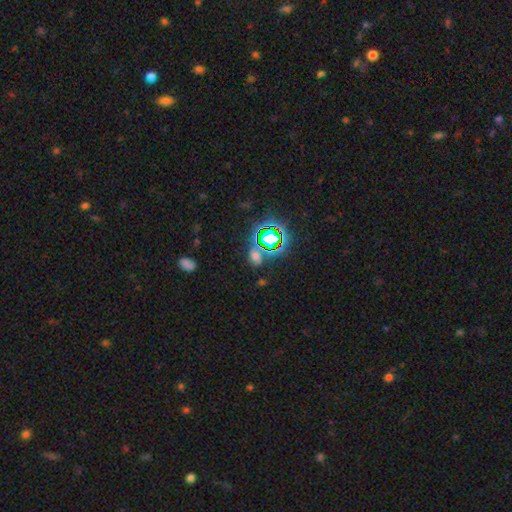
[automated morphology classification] Smooth or featured? star or artifact (54%)